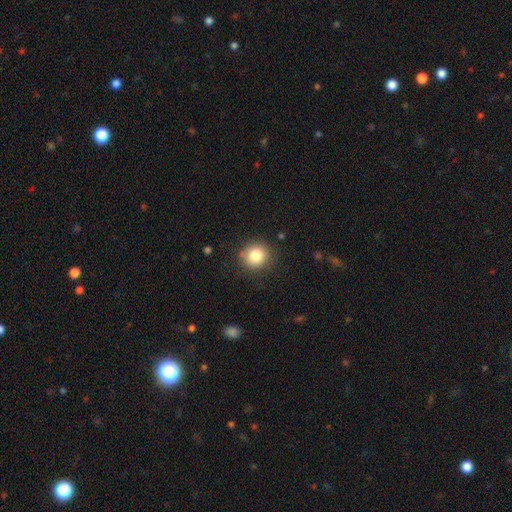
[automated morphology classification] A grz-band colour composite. It shows a smooth galaxy with no disk features (83%) that is round (90%). Merging: none (85%).